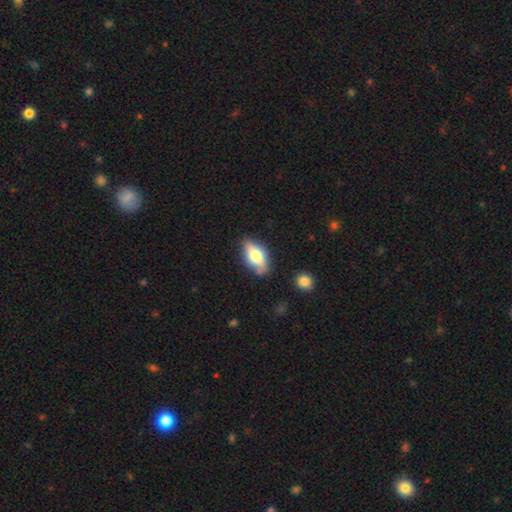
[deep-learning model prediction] This is possibly a smooth galaxy (57%). How rounded: clearly in between (82%). Merging: likely none (74%).